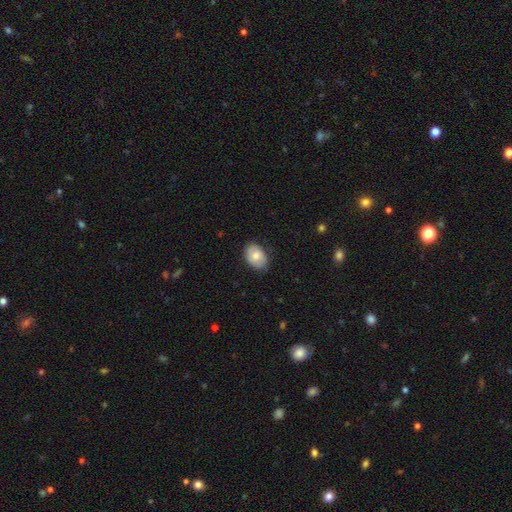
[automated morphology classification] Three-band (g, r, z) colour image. It shows a smooth galaxy with no disk features (75%) that is in between round and cigar-shaped (83%). Merging: none (81%).